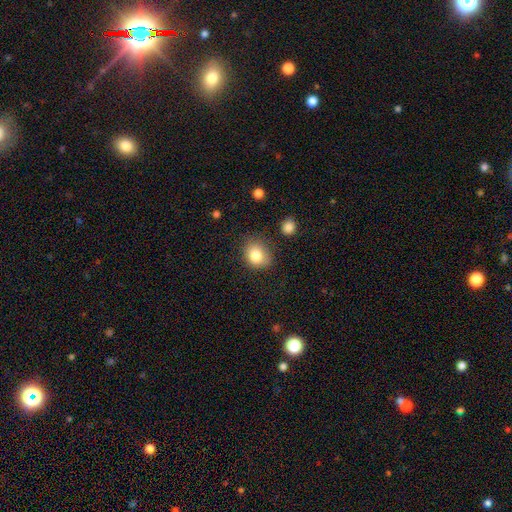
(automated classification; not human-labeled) Smooth or featured?
  - smooth: 82% *
  - star or artifact: 10%
  - featured or disk: 8%
How rounded?
  - round: 60% *
  - in between: 39%
  - cigar-shaped: 1%
Merging?
  - none: 71% *
  - minor disturbance: 20%
  - major disturbance: 5%
  - merger: 4%